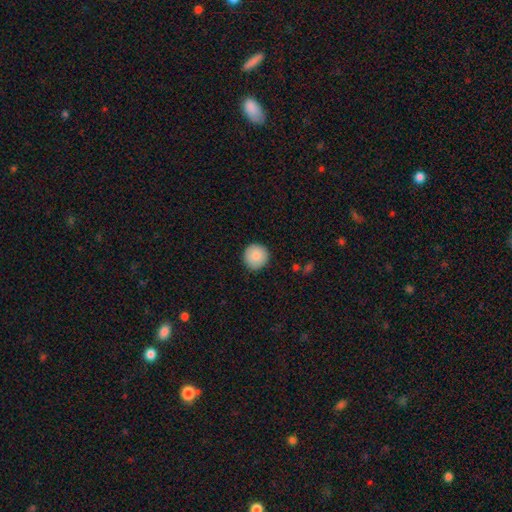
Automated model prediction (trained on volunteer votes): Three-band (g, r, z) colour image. It shows a smooth galaxy with no disk features (86%) that is round (95%). Merging: none (90%).